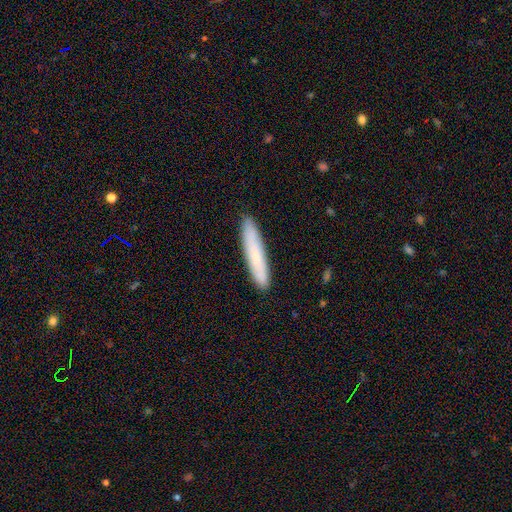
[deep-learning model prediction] Morphology: type=smooth (74%); roundness=cigar-shaped (92%); merging=none (89%).